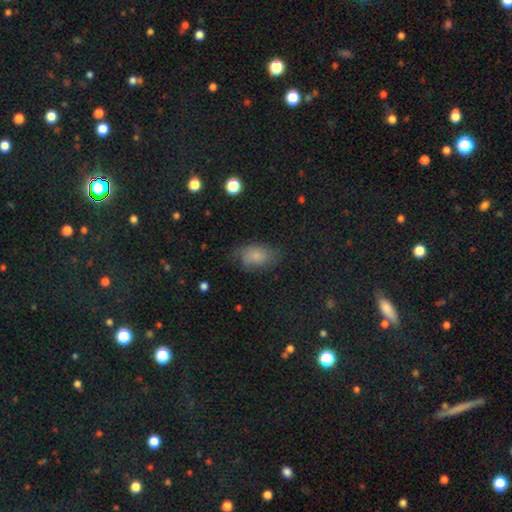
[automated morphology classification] The model was most divided on "merging": none: 61%, minor disturbance: 26%, major disturbance: 11%, merger: 2%. More confident: how rounded — in between (87%); smooth or featured — smooth (72%).